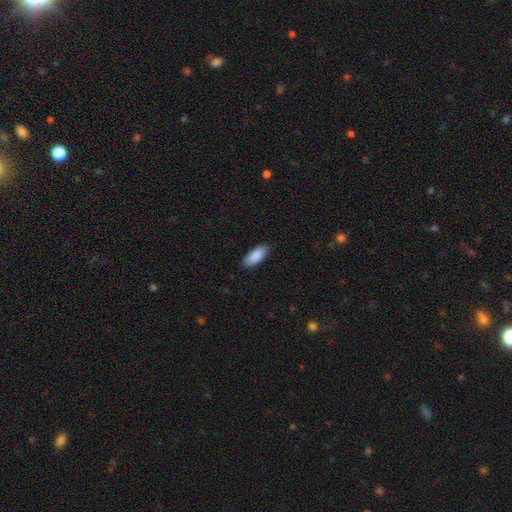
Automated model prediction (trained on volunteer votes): Overall: smooth (90%). How rounded: in between (86%). Merging: none (86%).